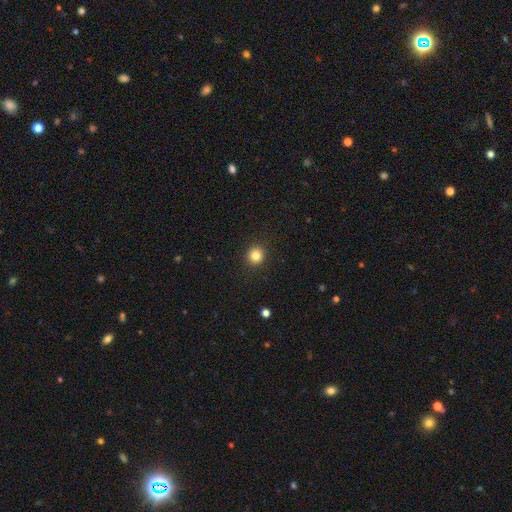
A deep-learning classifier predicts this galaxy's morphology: Smooth or featured? smooth (84%)
How rounded? round (91%)
Merging? none (92%)